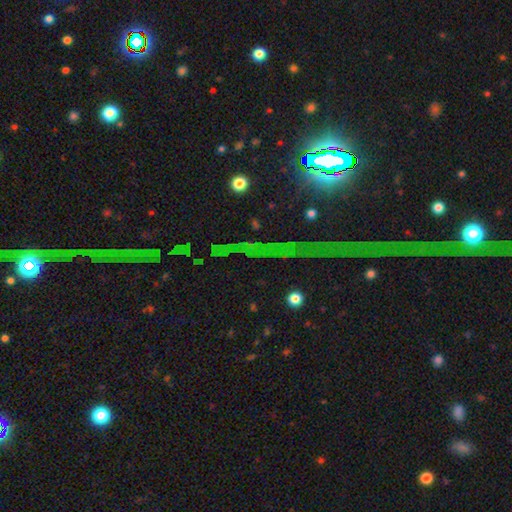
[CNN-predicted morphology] Smooth or featured? star or artifact (81%)